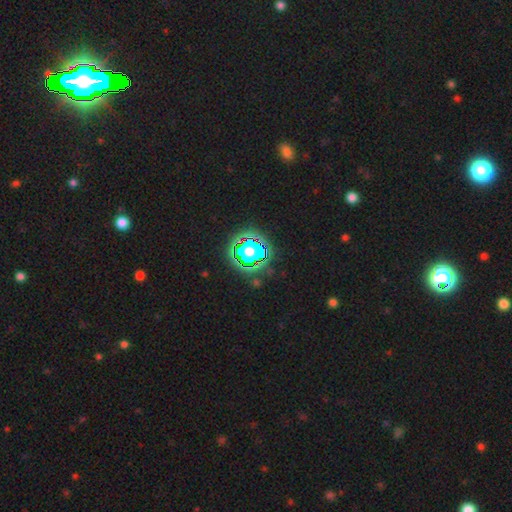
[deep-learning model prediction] A star or artifact, not a galaxy (63%).

Vote fractions:
- Smooth or featured? star or artifact: 63% / smooth: 24% / featured or disk: 12%